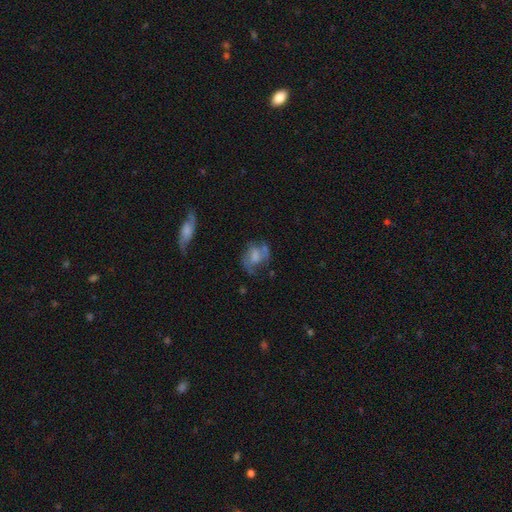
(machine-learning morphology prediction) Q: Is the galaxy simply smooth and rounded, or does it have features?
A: featured or disk — 50%.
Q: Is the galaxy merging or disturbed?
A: none — 42%.